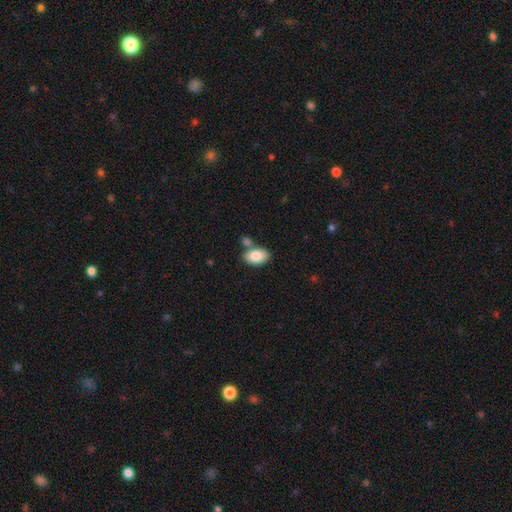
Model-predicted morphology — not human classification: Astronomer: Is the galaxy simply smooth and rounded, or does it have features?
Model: smooth — 83%.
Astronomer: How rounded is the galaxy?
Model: in between — 91%.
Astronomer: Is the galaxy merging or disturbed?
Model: none — 64%.